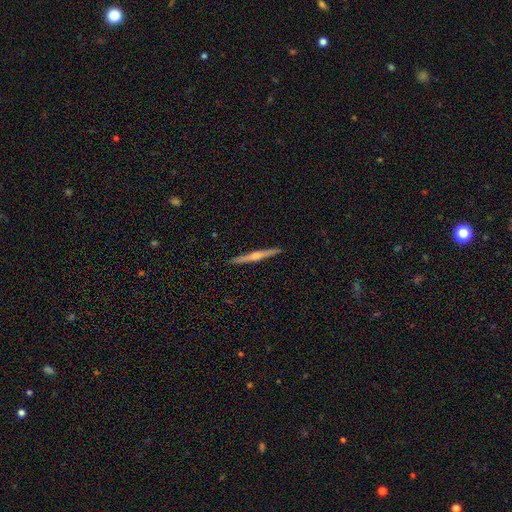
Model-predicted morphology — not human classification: This is likely a featured or disk galaxy (72%). It is clearly viewed edge-on (97%). Edge-on bulge: likely rounded (73%). Merging: clearly none (90%).